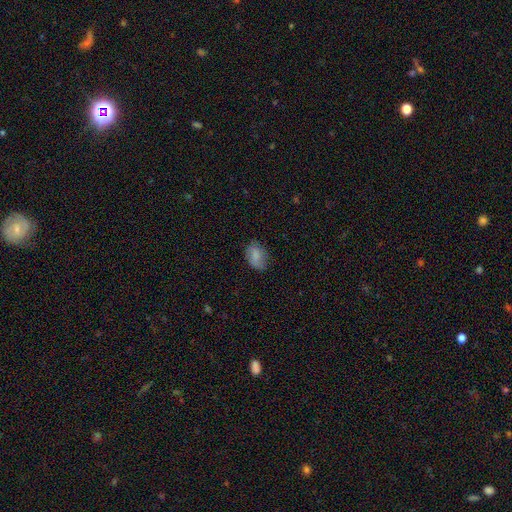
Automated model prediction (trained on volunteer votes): This is likely a smooth galaxy (79%). How rounded: clearly in between (86%). Merging: likely none (70%).